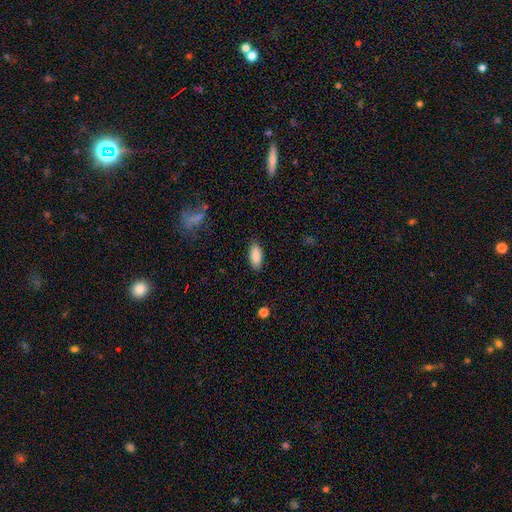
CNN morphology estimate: This appears to be a smooth galaxy with no disk features (89%) that is in between round and cigar-shaped (85%). Merging: none (87%).